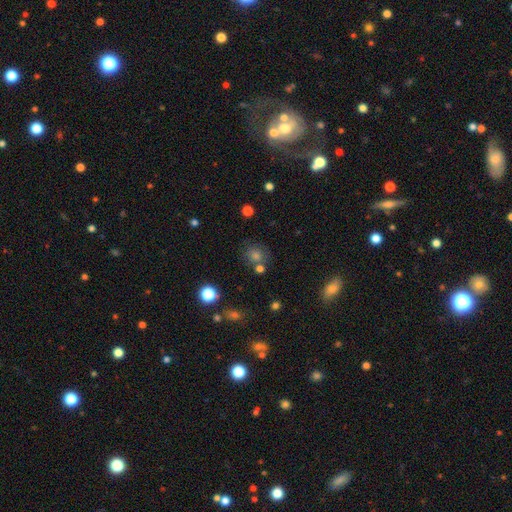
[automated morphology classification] This appears to be a smooth galaxy with no disk features (63%) that is round (83%). Merging: none (75%).